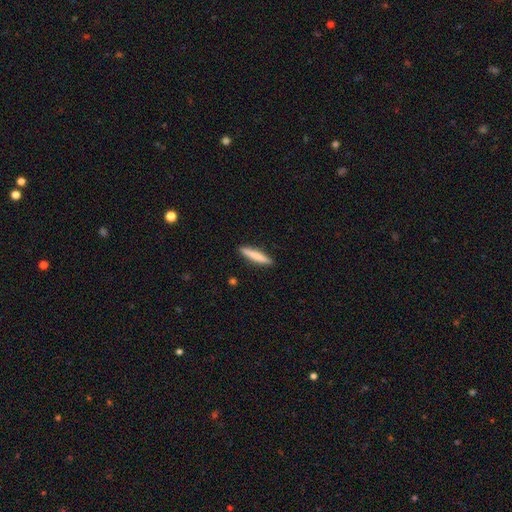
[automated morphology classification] smooth-or-featured: smooth: 77% | featured or disk: 18% | star or artifact: 5%
  how-rounded: cigar-shaped: 92% | in between: 7% | round: 1%
  merging: none: 91% | minor disturbance: 6% | major disturbance: 1% | merger: 1%